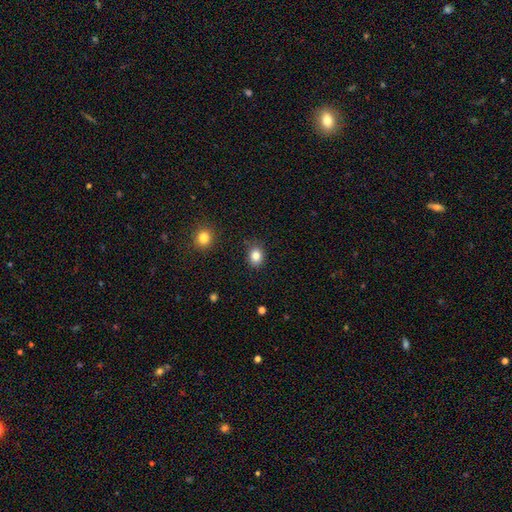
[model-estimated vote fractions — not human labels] A smooth galaxy with no disk features (84%) that is round (56%). Merging: none (84%).